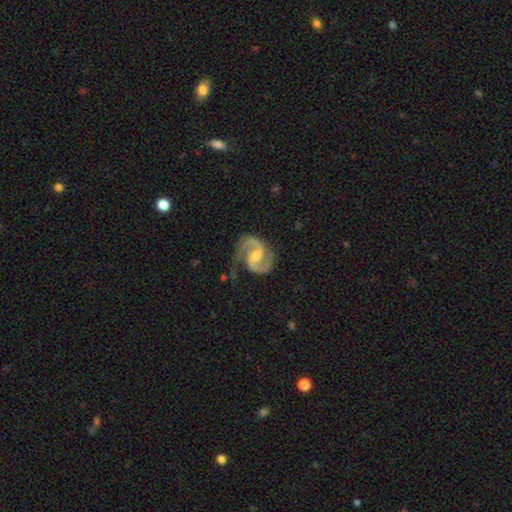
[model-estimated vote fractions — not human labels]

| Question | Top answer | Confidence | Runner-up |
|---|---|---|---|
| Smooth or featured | featured or disk | 93% | star or artifact (3%) |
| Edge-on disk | no | 98% | yes (2%) |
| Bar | weak | 48% | no (35%) |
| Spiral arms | yes | 99% | no (1%) |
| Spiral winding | medium | 61% | tight (27%) |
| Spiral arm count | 2 | 94% | can't tell (2%) |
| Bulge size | moderate | 53% | small (39%) |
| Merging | none | 74% | minor disturbance (17%) |